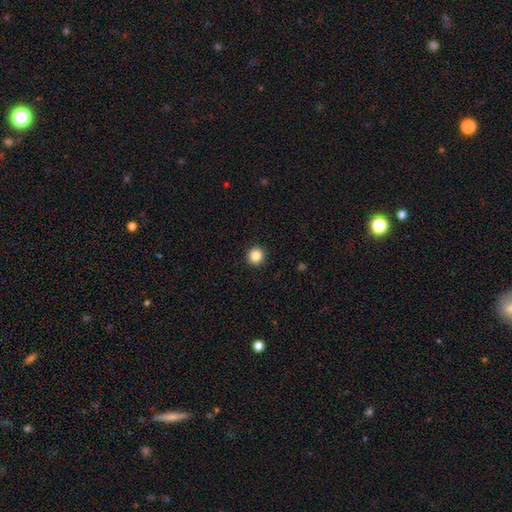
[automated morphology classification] smooth_or_featured: smooth (p=0.86) [alt: star or artifact p=0.10]
how_rounded: round (p=0.95) [alt: in between p=0.04]
merging: none (p=0.93) [alt: minor disturbance p=0.04]